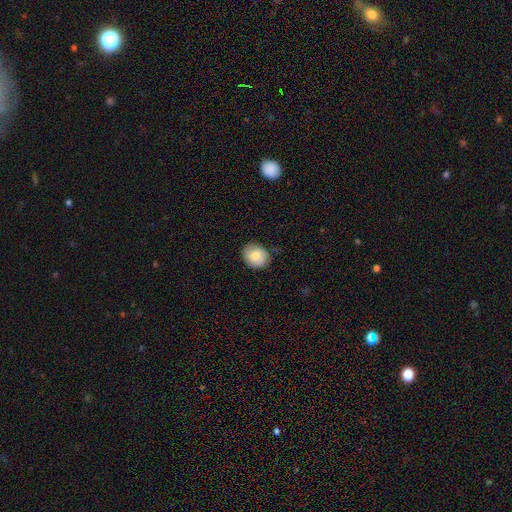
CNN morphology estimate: Overall: smooth (69%). How rounded: round (72%). Merging: none (81%).